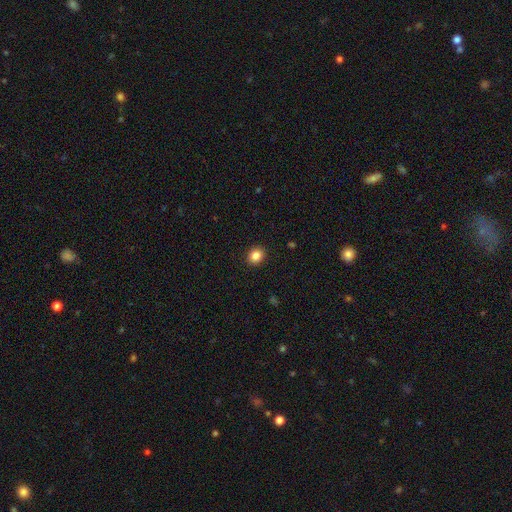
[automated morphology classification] smooth_or_featured: smooth (p=0.85) [alt: star or artifact p=0.10]
how_rounded: round (p=0.67) [alt: in between p=0.32]
merging: none (p=0.92) [alt: minor disturbance p=0.05]